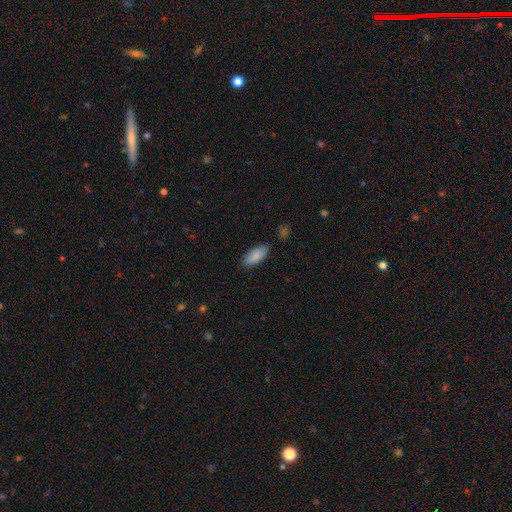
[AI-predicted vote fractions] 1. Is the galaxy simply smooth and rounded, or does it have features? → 86% smooth, 7% featured or disk, 6% star or artifact.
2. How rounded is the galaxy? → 82% in between, 16% cigar-shaped, 2% round.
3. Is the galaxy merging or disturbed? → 80% none, 15% minor disturbance, 3% major disturbance, 2% merger.